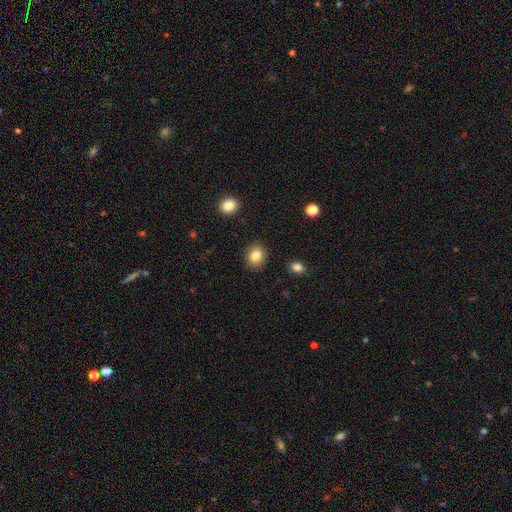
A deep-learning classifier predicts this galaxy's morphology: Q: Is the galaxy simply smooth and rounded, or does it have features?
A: smooth — 84%.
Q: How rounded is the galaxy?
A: round — 68%.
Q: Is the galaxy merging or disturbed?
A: none — 90%.